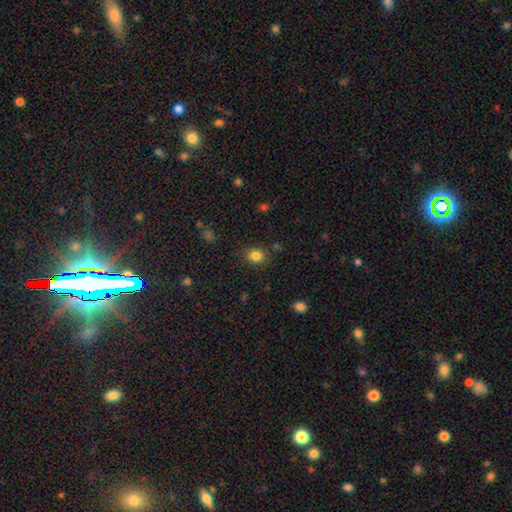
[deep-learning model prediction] A smooth galaxy with no disk features (83%) that is round (67%).

Vote fractions:
- Smooth or featured? smooth: 83% / star or artifact: 12% / featured or disk: 5%
- How rounded? round: 67% / in between: 32% / cigar-shaped: 1%
- Merging? none: 83% / minor disturbance: 11% / major disturbance: 3% / merger: 2%